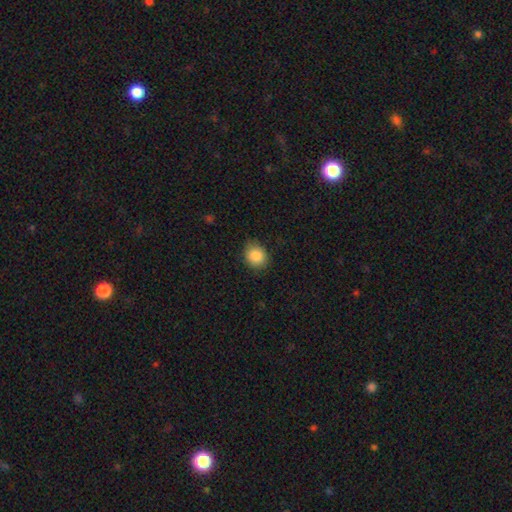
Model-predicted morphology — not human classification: The model was most divided on "how rounded": round: 65%, in between: 34%, cigar-shaped: 1%. More confident: smooth or featured — smooth (87%); merging — none (83%).